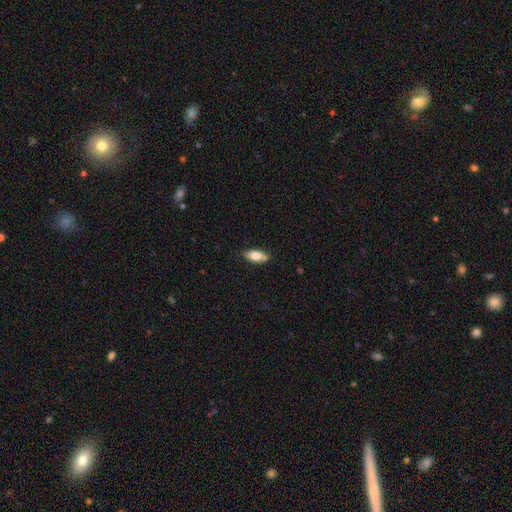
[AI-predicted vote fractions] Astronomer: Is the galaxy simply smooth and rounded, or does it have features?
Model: smooth — 79%.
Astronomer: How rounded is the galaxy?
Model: in between — 83%.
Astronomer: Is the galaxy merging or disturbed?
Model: none — 73%.